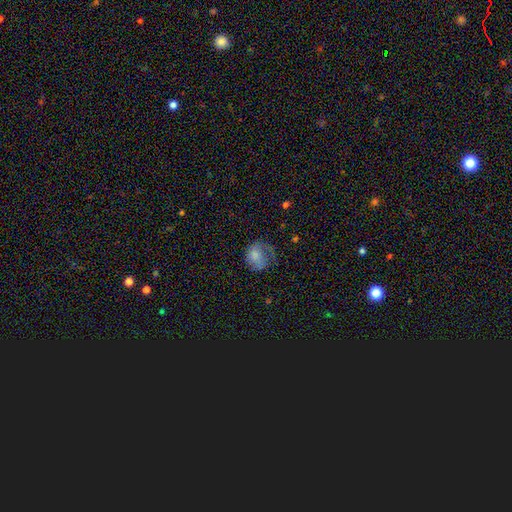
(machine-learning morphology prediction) Smooth or featured? smooth (61%)
How rounded? round (62%)
Merging? major disturbance (37%)